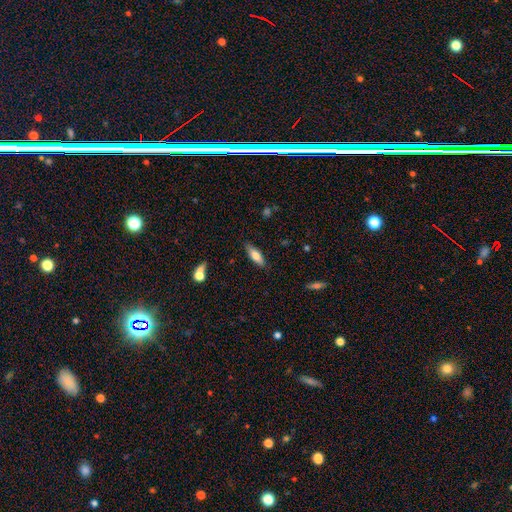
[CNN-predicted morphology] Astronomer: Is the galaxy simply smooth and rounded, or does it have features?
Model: smooth — 69%.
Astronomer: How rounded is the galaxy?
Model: in between — 57% (runner-up: cigar-shaped, 41%).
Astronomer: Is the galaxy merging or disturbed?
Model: none — 84%.